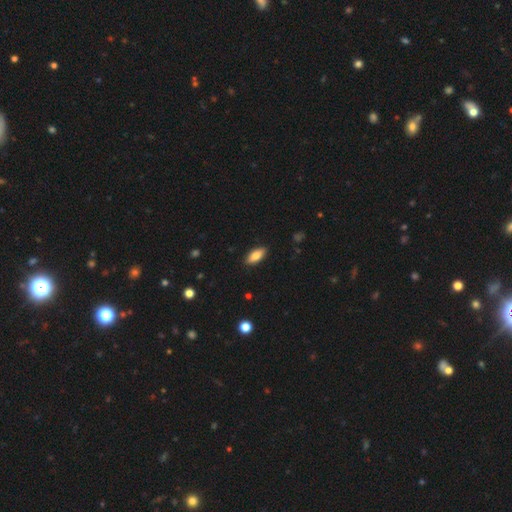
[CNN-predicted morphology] Smooth or featured: smooth — 81% (featured or disk — 12%)
How rounded: in between — 85% (cigar-shaped — 13%)
Merging: none — 88% (minor disturbance — 9%)